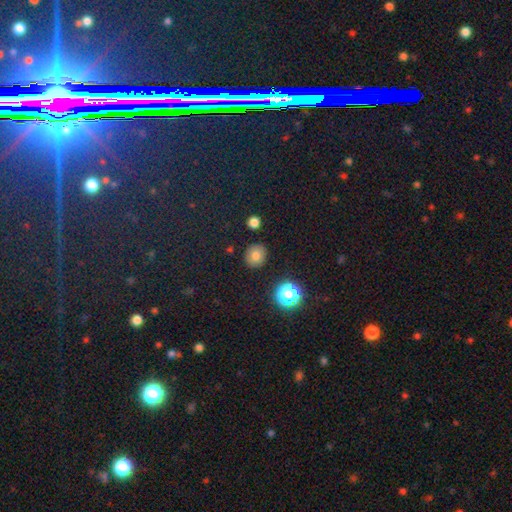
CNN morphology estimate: smooth_or_featured: smooth (p=0.77) [alt: star or artifact p=0.13]
how_rounded: round (p=0.79) [alt: in between p=0.20]
merging: none (p=0.87) [alt: minor disturbance p=0.09]